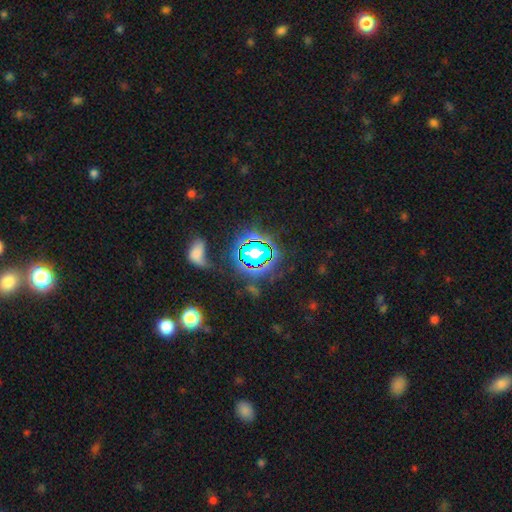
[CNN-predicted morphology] Q: Smooth or featured?
A: star or artifact (59%); runner-up: smooth (25%)